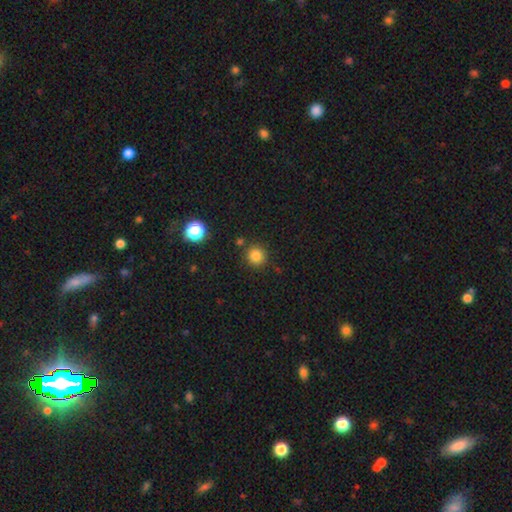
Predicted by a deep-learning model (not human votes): The model was most divided on "smooth or featured": smooth: 83%, star or artifact: 13%, featured or disk: 5%. More confident: how rounded — round (93%); merging — none (85%).